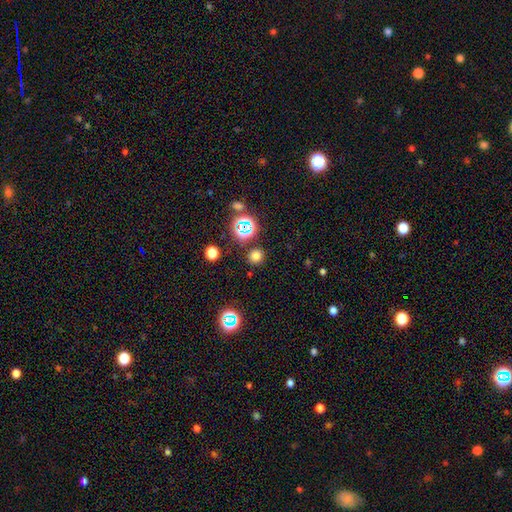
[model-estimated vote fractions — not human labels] A smooth galaxy with no disk features (71%) that is round (91%).

Vote fractions:
- Smooth or featured? smooth: 71% / star or artifact: 24% / featured or disk: 6%
- How rounded? round: 91% / in between: 8% / cigar-shaped: 1%
- Merging? none: 86% / minor disturbance: 7% / merger: 4% / major disturbance: 3%